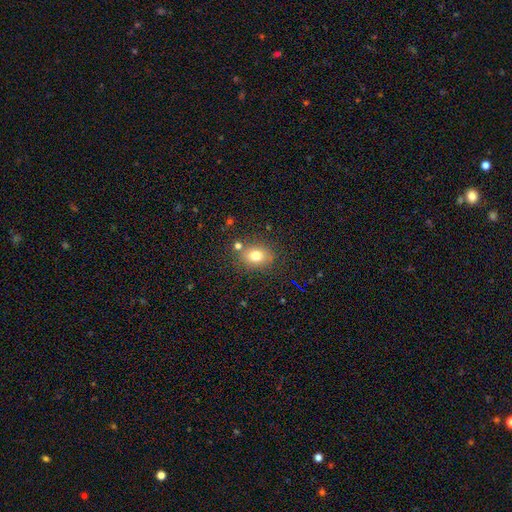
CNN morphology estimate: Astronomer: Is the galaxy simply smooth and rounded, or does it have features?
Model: smooth — 75%.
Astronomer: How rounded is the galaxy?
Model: in between — 55% (runner-up: round, 44%).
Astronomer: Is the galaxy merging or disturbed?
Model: none — 75%.